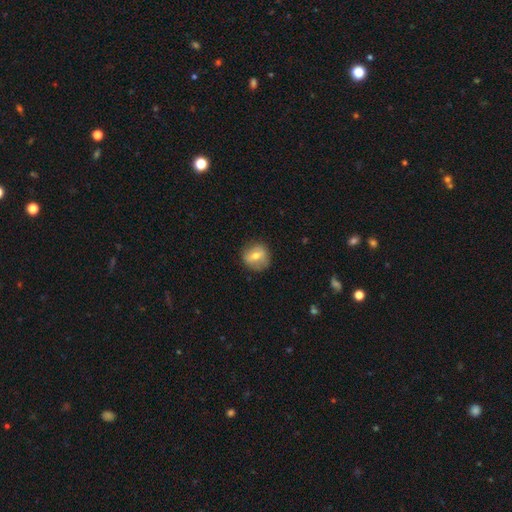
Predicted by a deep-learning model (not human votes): The model was most divided on "smooth or featured": smooth: 62%, featured or disk: 30%, star or artifact: 8%. More confident: merging — none (83%); how rounded — round (81%).